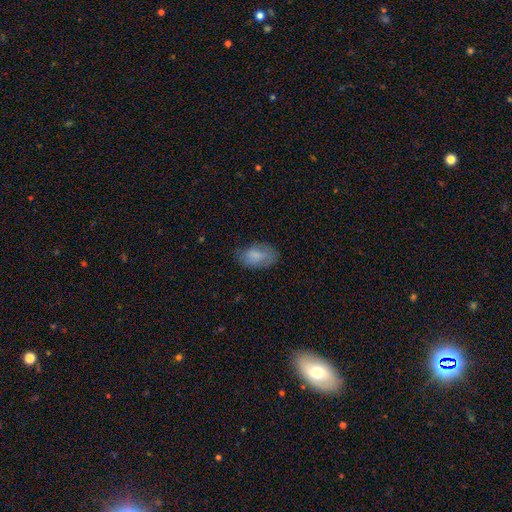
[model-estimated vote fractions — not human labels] This appears to be a smooth galaxy with no disk features (80%) that is in between round and cigar-shaped (92%). Merging: none (68%).